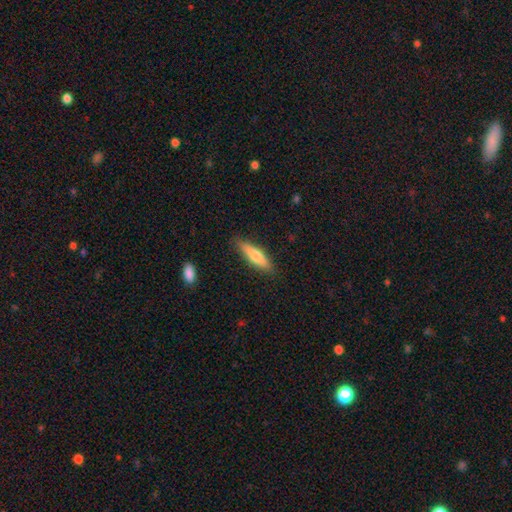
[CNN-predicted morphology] Smooth or featured? Predicted: smooth (p=0.66). How rounded? Predicted: cigar-shaped (p=0.71). Merging? Predicted: none (p=0.86).